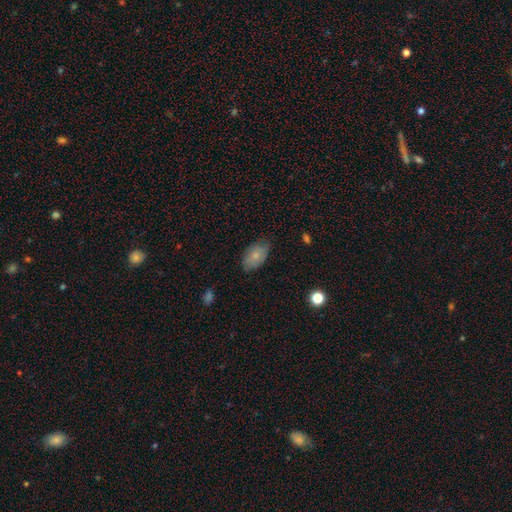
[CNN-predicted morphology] This is likely a smooth galaxy (77%). How rounded: clearly in between (92%). Merging: likely none (75%).